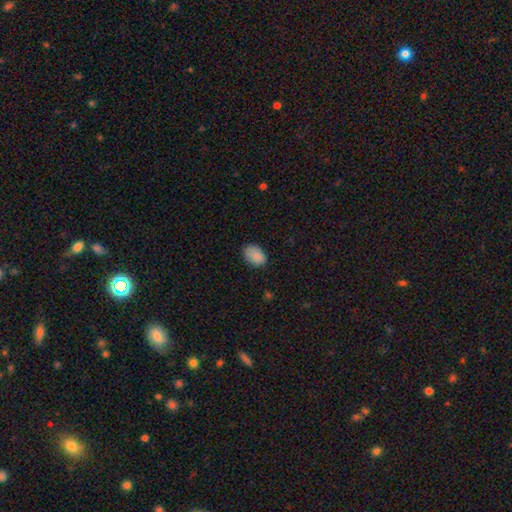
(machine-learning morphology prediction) Q: Smooth or featured?
A: smooth (88%); runner-up: star or artifact (8%)
Q: How rounded?
A: in between (84%); runner-up: round (15%)
Q: Merging?
A: none (81%); runner-up: minor disturbance (16%)